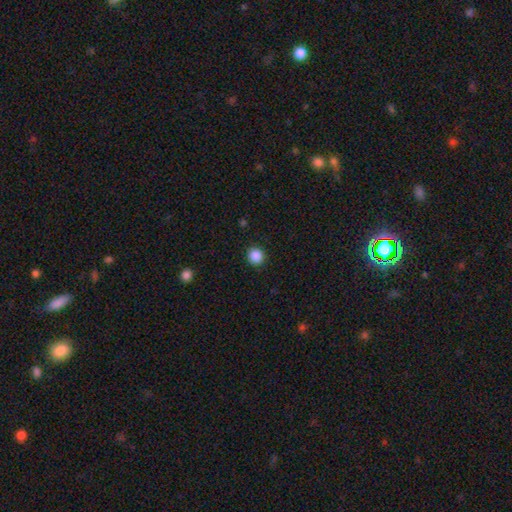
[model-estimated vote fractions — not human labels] This appears to be a smooth galaxy with no disk features (88%) that is round (92%). Merging: none (91%).